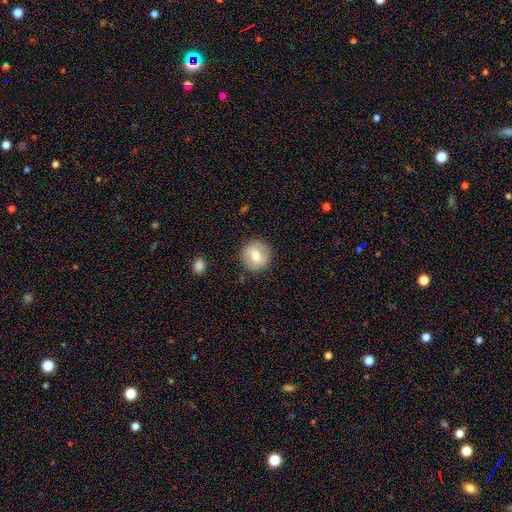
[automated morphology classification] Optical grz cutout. It shows a smooth galaxy with no disk features (64%) that is round (89%). Merging: none (86%).